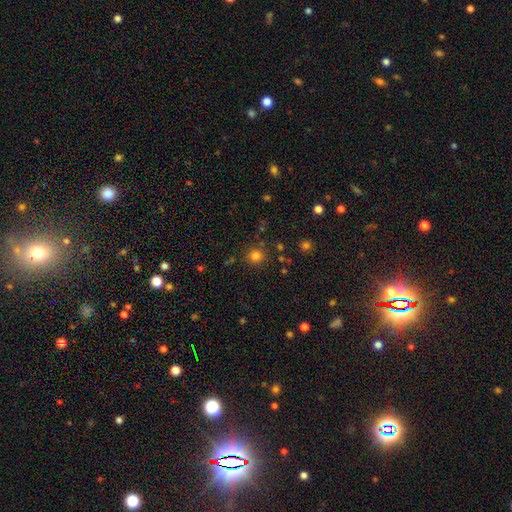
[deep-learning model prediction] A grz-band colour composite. It shows a smooth galaxy with no disk features (79%) that is round (92%). Merging: none (83%).